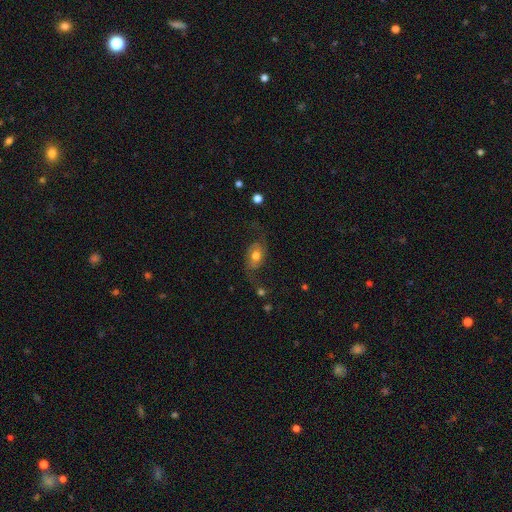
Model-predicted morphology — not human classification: A featured or disk galaxy (55%) with no bar (69%), spiral arms (83%) and a moderate central bulge (69%).

Vote fractions:
- Smooth or featured? featured or disk: 55% / smooth: 36% / star or artifact: 9%
- Edge-on disk? no: 93% / yes: 7%
- Bar? no: 69% / weak: 24% / strong: 7%
- Spiral arms? yes: 83% / no: 17%
- Bulge size? moderate: 69% / large: 17% / small: 10% / dominant: 3% / none: 2%
- Merging? none: 56% / major disturbance: 20% / minor disturbance: 20% / merger: 3%